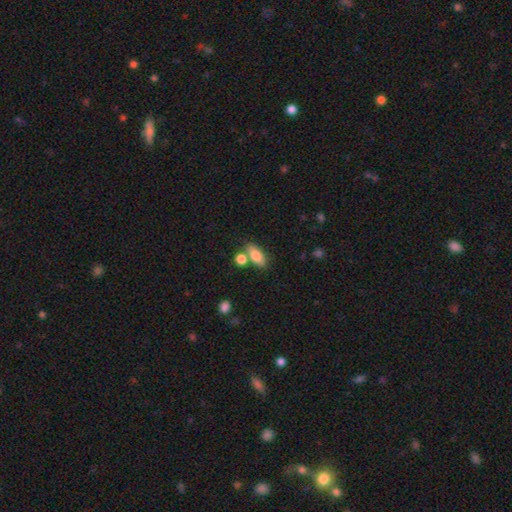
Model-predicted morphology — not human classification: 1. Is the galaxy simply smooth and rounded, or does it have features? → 79% smooth, 13% featured or disk, 8% star or artifact.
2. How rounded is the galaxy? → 83% in between, 10% cigar-shaped, 7% round.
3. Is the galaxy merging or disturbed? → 61% none, 22% merger, 12% minor disturbance, 4% major disturbance.